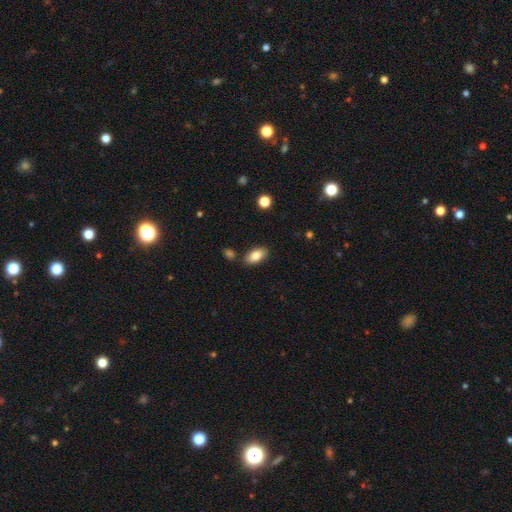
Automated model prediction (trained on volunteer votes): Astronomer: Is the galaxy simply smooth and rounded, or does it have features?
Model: smooth — 83%.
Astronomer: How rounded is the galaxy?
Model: in between — 92%.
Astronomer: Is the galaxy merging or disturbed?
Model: none — 83%.